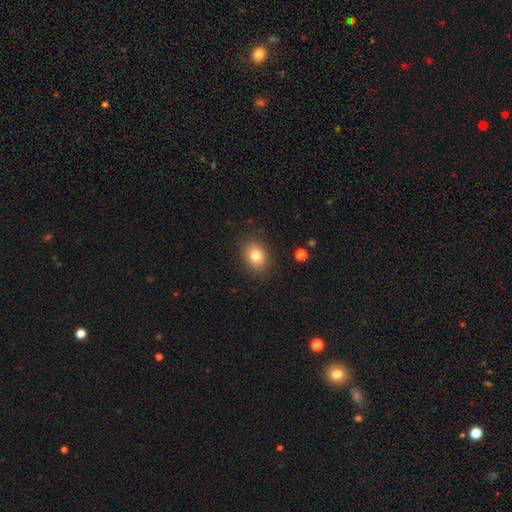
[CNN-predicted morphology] Smooth or featured? smooth (79%)
How rounded? in between (56%)
Merging? none (87%)